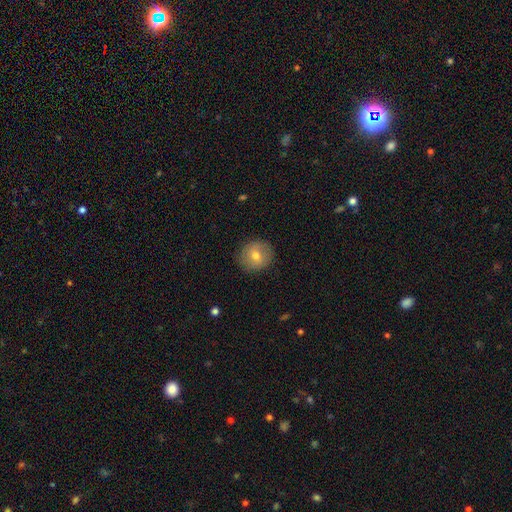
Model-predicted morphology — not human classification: Smooth or featured?
  - smooth: 68% *
  - featured or disk: 23%
  - star or artifact: 9%
How rounded?
  - round: 87% *
  - in between: 12%
  - cigar-shaped: 1%
Merging?
  - none: 86% *
  - minor disturbance: 10%
  - major disturbance: 3%
  - merger: 1%